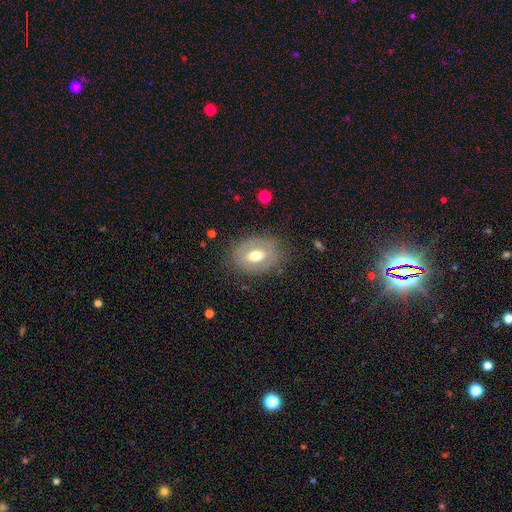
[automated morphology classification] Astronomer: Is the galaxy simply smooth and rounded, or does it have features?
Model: smooth — 51% (runner-up: featured or disk, 41%).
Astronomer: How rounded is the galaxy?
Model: in between — 73%.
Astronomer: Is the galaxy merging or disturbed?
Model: none — 74%.